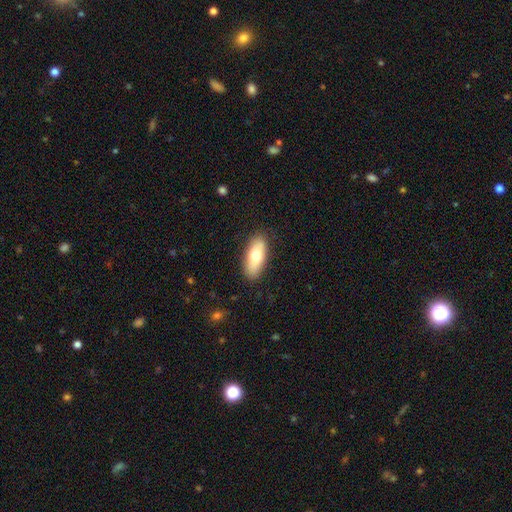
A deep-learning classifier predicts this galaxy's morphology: Smooth or featured: smooth — 70% (featured or disk — 24%)
How rounded: in between — 83% (cigar-shaped — 14%)
Merging: none — 86% (minor disturbance — 10%)